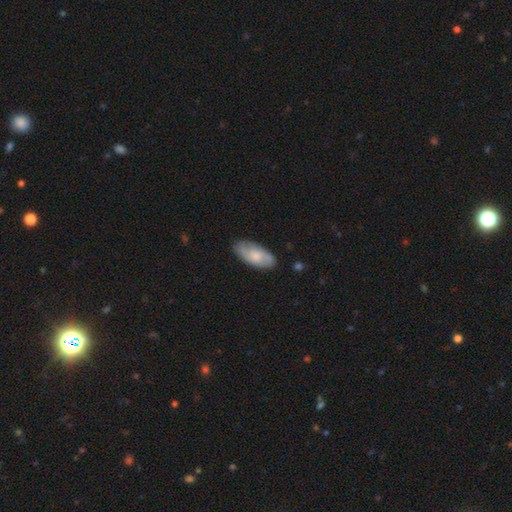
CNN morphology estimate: Smooth or featured: smooth — 57% (featured or disk — 37%)
How rounded: in between — 90% (cigar-shaped — 7%)
Merging: none — 80% (minor disturbance — 16%)